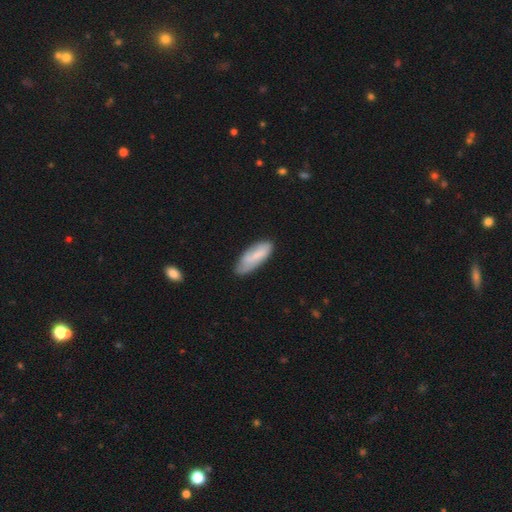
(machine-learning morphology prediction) This appears to be a smooth galaxy with no disk features (71%) that is in between round and cigar-shaped (71%). Merging: none (62%).